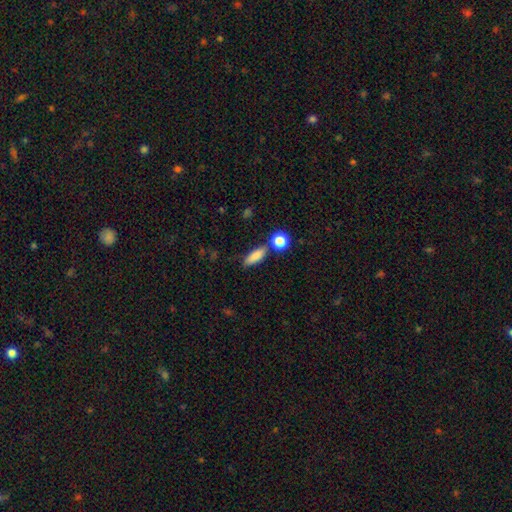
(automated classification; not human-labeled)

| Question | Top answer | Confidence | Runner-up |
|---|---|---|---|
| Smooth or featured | smooth | 83% | star or artifact (9%) |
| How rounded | in between | 57% | cigar-shaped (36%) |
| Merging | none | 70% | minor disturbance (14%) |